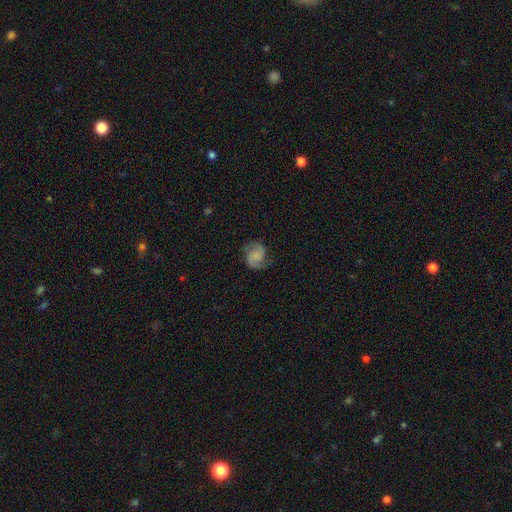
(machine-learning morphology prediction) Smooth or featured? featured or disk (74%)
Edge-on disk? no (98%)
Bar? no (60%)
Spiral arms? yes (96%)
Spiral winding? medium (52%)
Spiral arm count? 2 (91%)
Bulge size? none (46%)
Merging? none (78%)